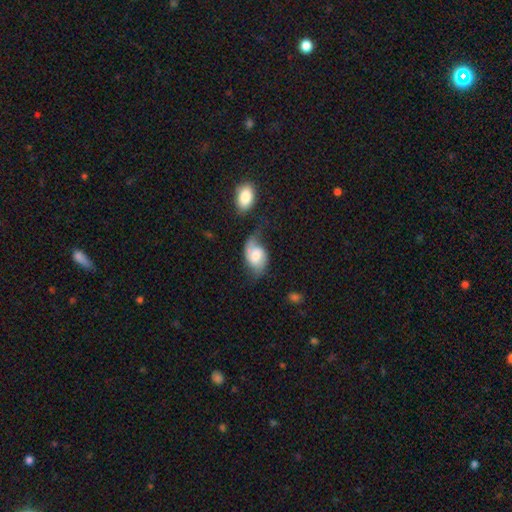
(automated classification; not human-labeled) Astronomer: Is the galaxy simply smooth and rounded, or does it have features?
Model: featured or disk — 49% (runner-up: smooth, 44%).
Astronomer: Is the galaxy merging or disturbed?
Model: none — 30% (runner-up: minor disturbance, 29%).